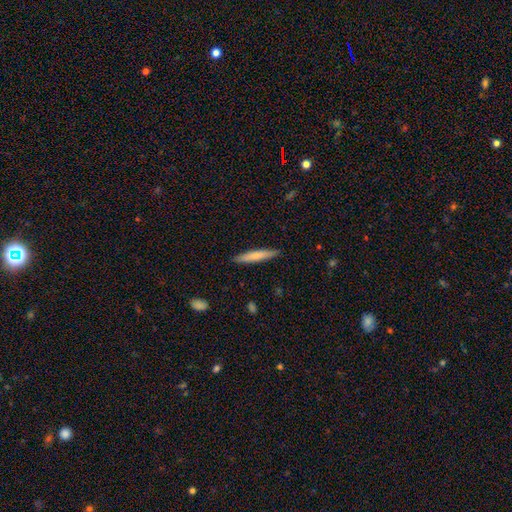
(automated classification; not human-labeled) Smooth or featured?
  - smooth: 71% *
  - featured or disk: 23%
  - star or artifact: 5%
How rounded?
  - cigar-shaped: 92% *
  - in between: 7%
  - round: 1%
Merging?
  - none: 90% *
  - minor disturbance: 8%
  - major disturbance: 2%
  - merger: 1%